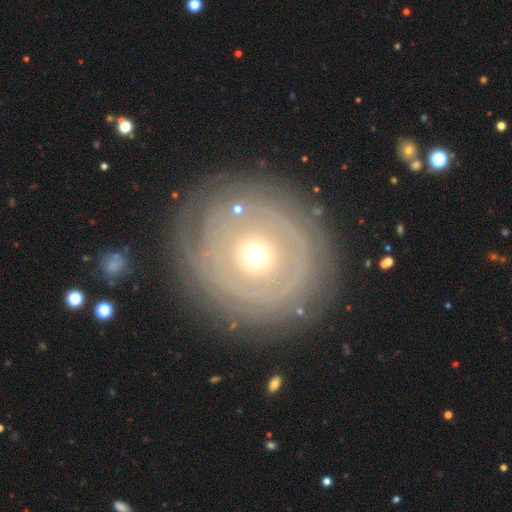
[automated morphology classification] Smooth or featured? Predicted: featured or disk (p=0.70). Edge-on disk? Predicted: no (p=0.96). Bar? Predicted: no (p=0.88). Spiral arms? Predicted: yes (p=0.52). Bulge size? Predicted: moderate (p=0.55). Merging? Predicted: none (p=0.79).